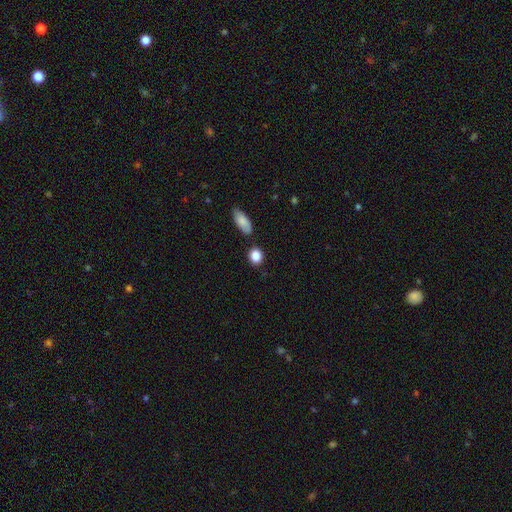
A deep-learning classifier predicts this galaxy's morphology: Smooth or featured?
  - smooth: 87% *
  - star or artifact: 9%
  - featured or disk: 4%
How rounded?
  - round: 66% *
  - in between: 31%
  - cigar-shaped: 2%
Merging?
  - none: 79% *
  - minor disturbance: 11%
  - merger: 6%
  - major disturbance: 3%